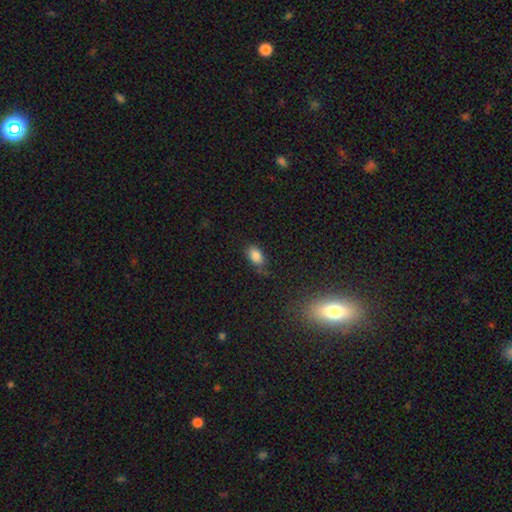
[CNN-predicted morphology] Smooth or featured?
  - smooth: 84% *
  - star or artifact: 10%
  - featured or disk: 6%
How rounded?
  - in between: 89% *
  - round: 9%
  - cigar-shaped: 2%
Merging?
  - none: 66% *
  - minor disturbance: 25%
  - major disturbance: 6%
  - merger: 3%